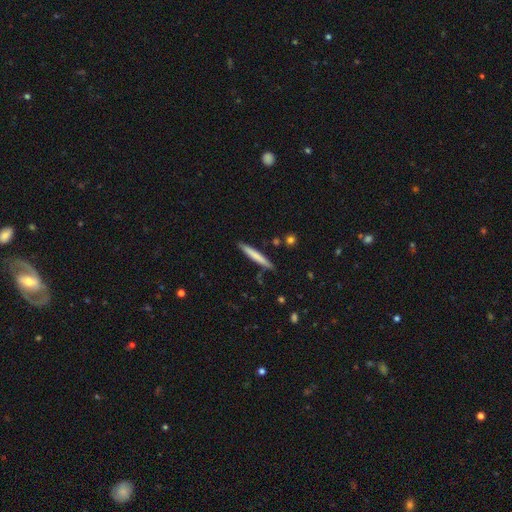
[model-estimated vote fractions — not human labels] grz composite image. It shows a smooth galaxy with no disk features (69%) that is cigar-shaped (95%). Merging: none (88%).